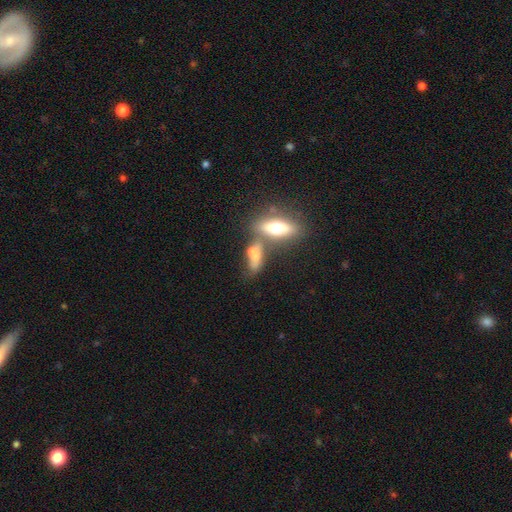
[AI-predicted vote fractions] smooth 51%, featured or disk 38%, star or artifact 11%. Down the decision tree: how rounded — in between (55%); merging — merger (43%).